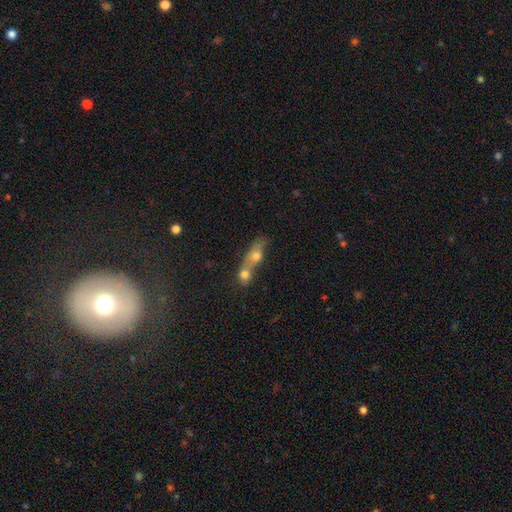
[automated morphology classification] This appears to be a smooth galaxy with no disk features (65%) that is in between round and cigar-shaped (50%). Merging: merger (72%).